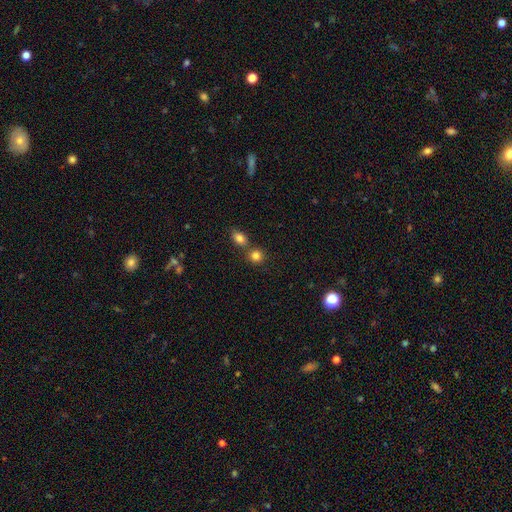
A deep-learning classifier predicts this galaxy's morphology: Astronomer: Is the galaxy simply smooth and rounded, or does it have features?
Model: smooth — 82%.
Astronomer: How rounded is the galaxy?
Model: round — 83%.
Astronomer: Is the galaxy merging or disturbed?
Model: none — 59%.